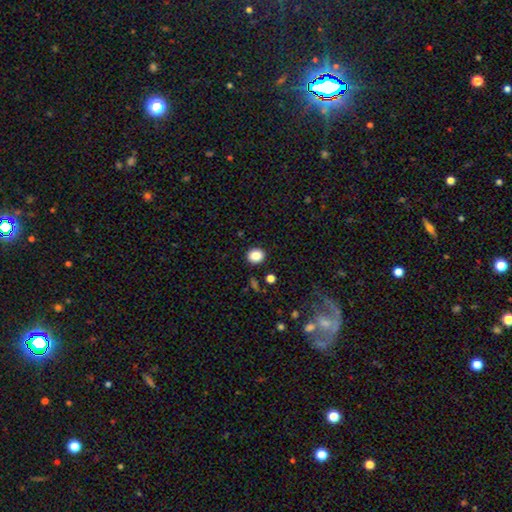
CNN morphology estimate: This is clearly a smooth galaxy (86%). How rounded: likely round (74%). Merging: clearly none (89%).